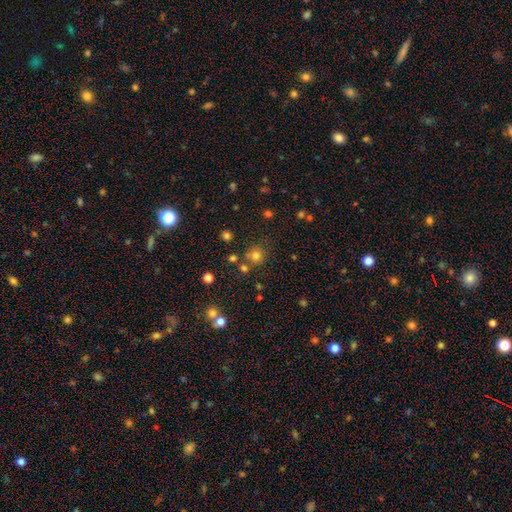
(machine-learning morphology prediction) Smooth or featured?
  - smooth: 74% *
  - star or artifact: 19%
  - featured or disk: 7%
How rounded?
  - round: 90% *
  - in between: 9%
  - cigar-shaped: 1%
Merging?
  - none: 73% *
  - merger: 13%
  - minor disturbance: 10%
  - major disturbance: 4%